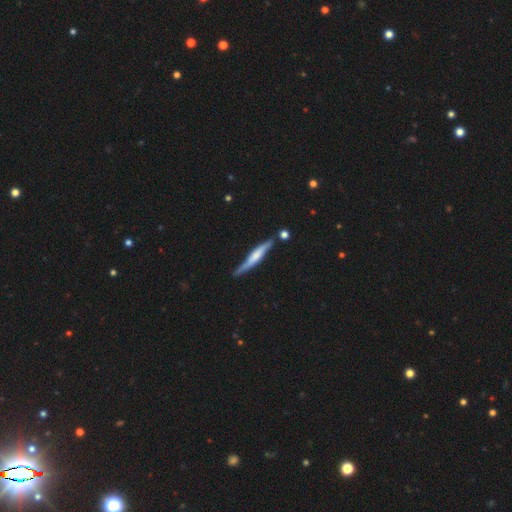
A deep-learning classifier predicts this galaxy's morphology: The model was most divided on "smooth or featured": featured or disk: 57%, smooth: 38%, star or artifact: 5%. Remaining: edge-on disk — yes (89%); merging — none (67%); edge-on bulge — rounded (50%).